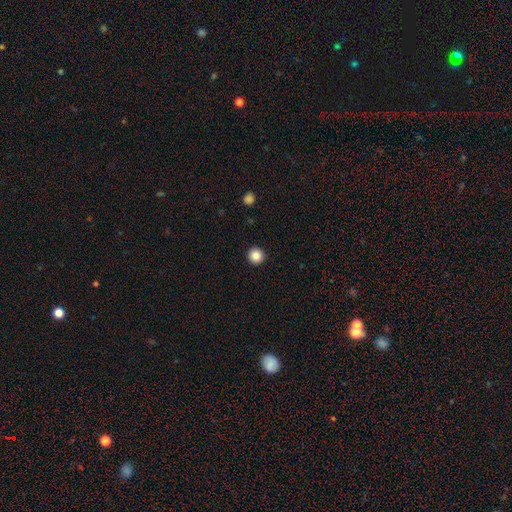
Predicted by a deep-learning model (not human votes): This is clearly a smooth galaxy (86%). How rounded: clearly round (96%). Merging: clearly none (94%).